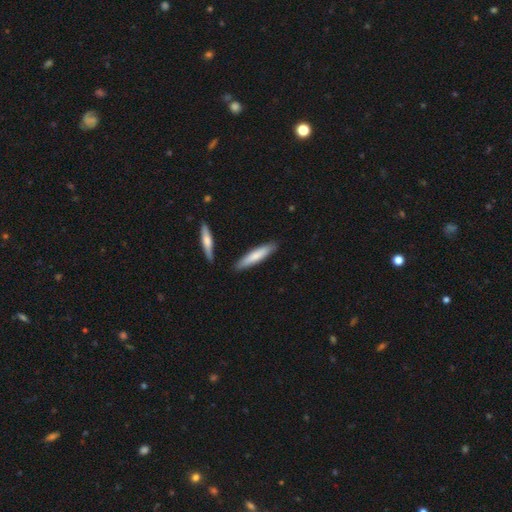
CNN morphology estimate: This is likely a smooth galaxy (74%). How rounded: clearly cigar-shaped (84%). Merging: clearly none (85%).